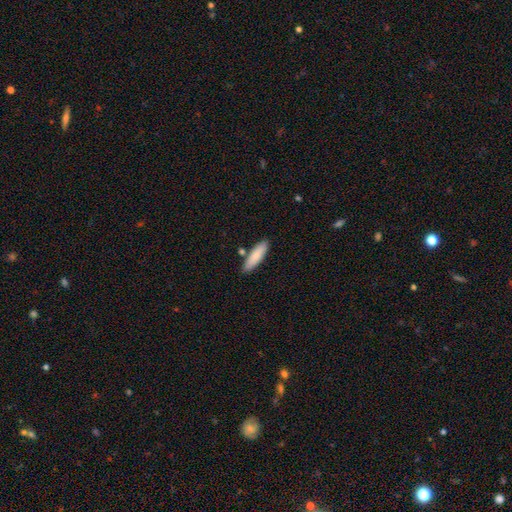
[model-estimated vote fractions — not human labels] This is clearly a smooth galaxy (83%). How rounded: possibly cigar-shaped (58%). Merging: clearly none (81%).